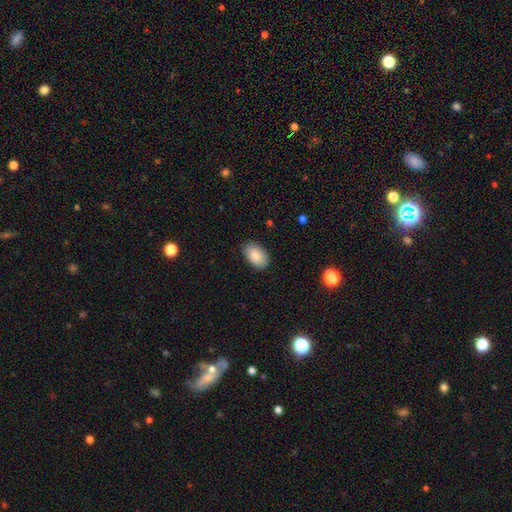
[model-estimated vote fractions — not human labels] Q: Smooth or featured?
A: smooth (86%); runner-up: featured or disk (8%)
Q: How rounded?
A: in between (93%); runner-up: round (6%)
Q: Merging?
A: none (85%); runner-up: minor disturbance (12%)